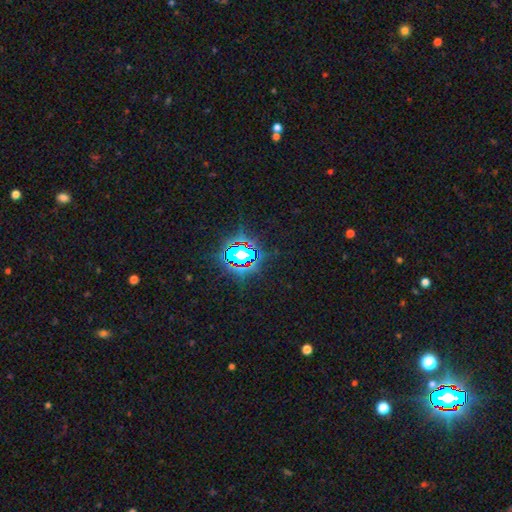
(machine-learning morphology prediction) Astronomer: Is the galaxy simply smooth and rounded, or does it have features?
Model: star or artifact — 84%.